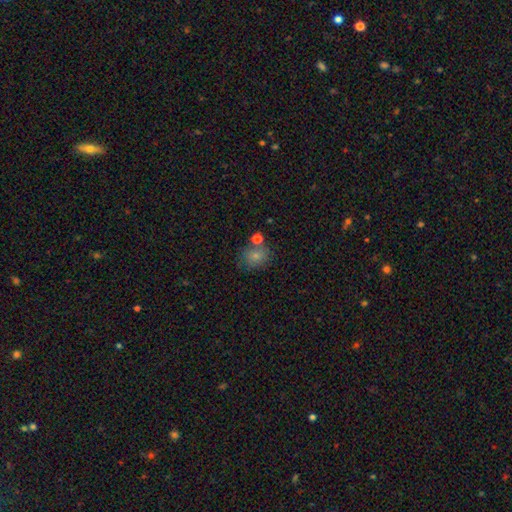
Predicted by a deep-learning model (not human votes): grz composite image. It shows a smooth galaxy with no disk features (78%) that is round (68%). Merging: none (63%).